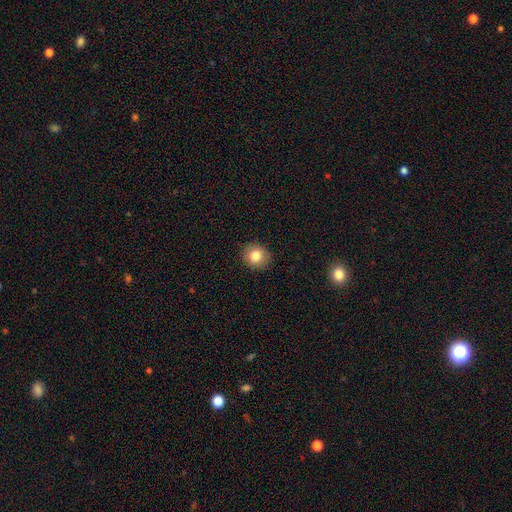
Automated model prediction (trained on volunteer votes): This is clearly a smooth galaxy (81%). How rounded: likely round (77%). Merging: clearly none (90%).